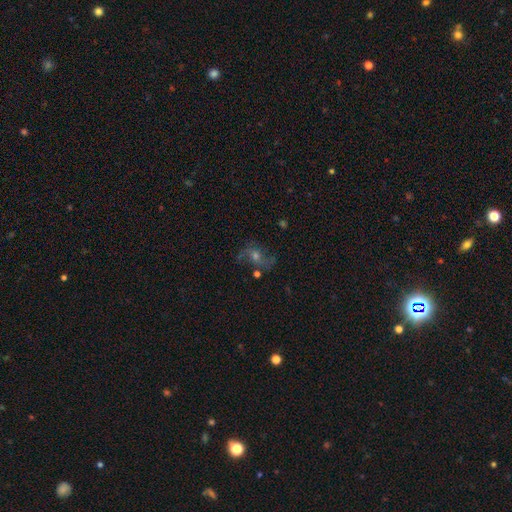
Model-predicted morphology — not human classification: A featured or disk galaxy (65%) with no bar (64%), 2 (82%) loose (59%) spiral arms (89%) and a moderate central bulge (58%). Merging: none (68%).